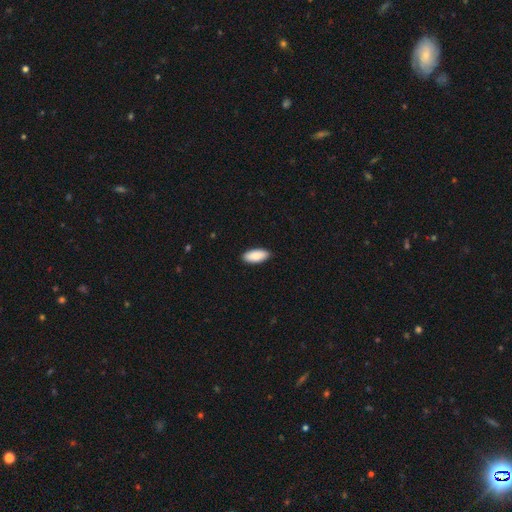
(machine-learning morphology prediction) smooth-or-featured: smooth: 89% | star or artifact: 5% | featured or disk: 5%
  how-rounded: in between: 88% | cigar-shaped: 10% | round: 2%
  merging: none: 89% | minor disturbance: 8% | major disturbance: 2% | merger: 1%